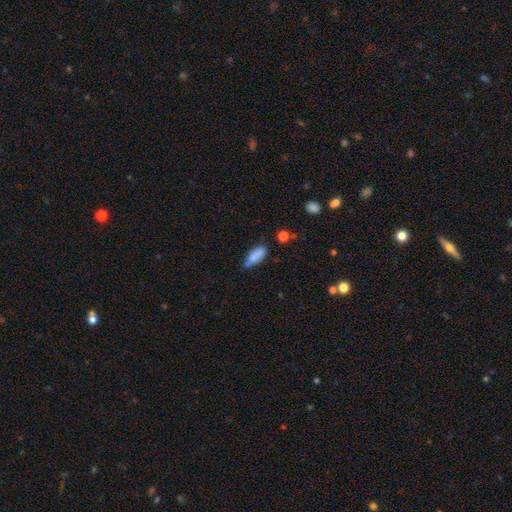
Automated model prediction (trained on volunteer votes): Q: Smooth or featured?
A: smooth (81%); runner-up: featured or disk (11%)
Q: How rounded?
A: in between (72%); runner-up: cigar-shaped (25%)
Q: Merging?
A: none (46%); runner-up: minor disturbance (38%)